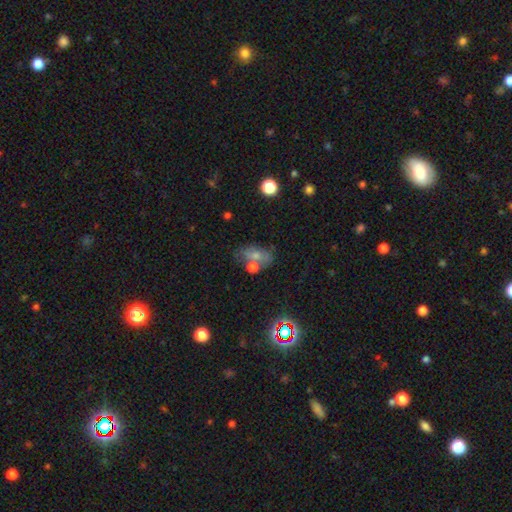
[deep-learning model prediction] This appears to be a smooth galaxy with no disk features (62%) that is in between round and cigar-shaped (81%). Merging: none (46%).